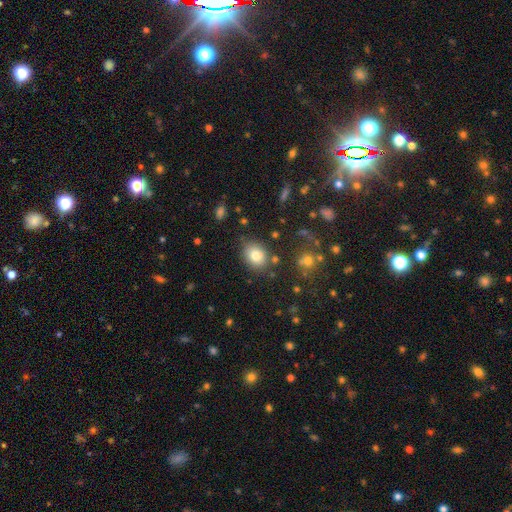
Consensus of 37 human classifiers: Smooth or featured? 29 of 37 (78%) said smooth. How rounded? 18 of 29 (62%) said in between. Merging? 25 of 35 (71%) said none.